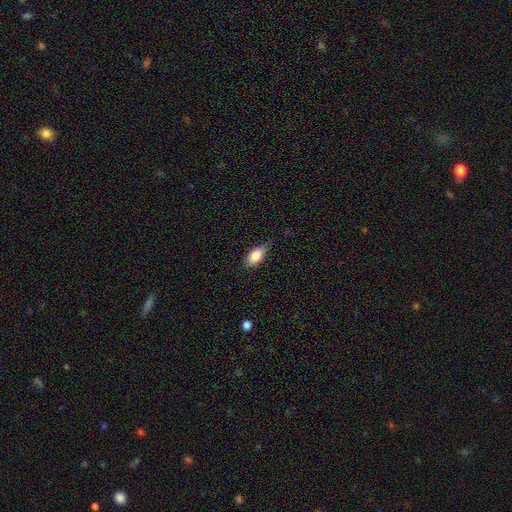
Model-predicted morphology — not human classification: Q: Smooth or featured?
A: smooth (84%); runner-up: featured or disk (9%)
Q: How rounded?
A: in between (89%); runner-up: cigar-shaped (7%)
Q: Merging?
A: none (71%); runner-up: minor disturbance (24%)